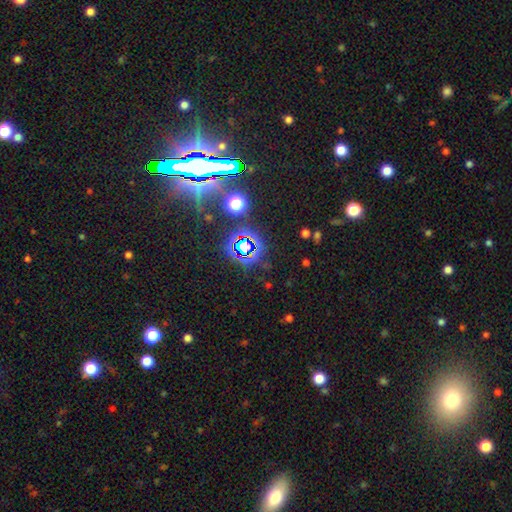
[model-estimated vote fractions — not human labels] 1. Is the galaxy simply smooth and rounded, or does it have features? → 78% star or artifact, 11% smooth, 11% featured or disk.